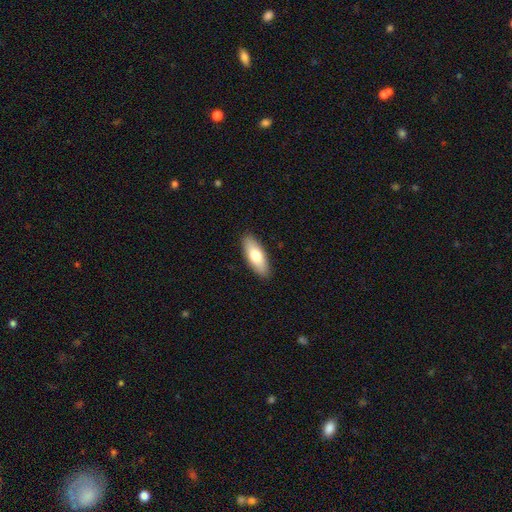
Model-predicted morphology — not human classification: Smooth or featured?
  - smooth: 74% *
  - featured or disk: 20%
  - star or artifact: 5%
How rounded?
  - in between: 73% *
  - cigar-shaped: 25%
  - round: 2%
Merging?
  - none: 90% *
  - minor disturbance: 8%
  - major disturbance: 2%
  - merger: 1%